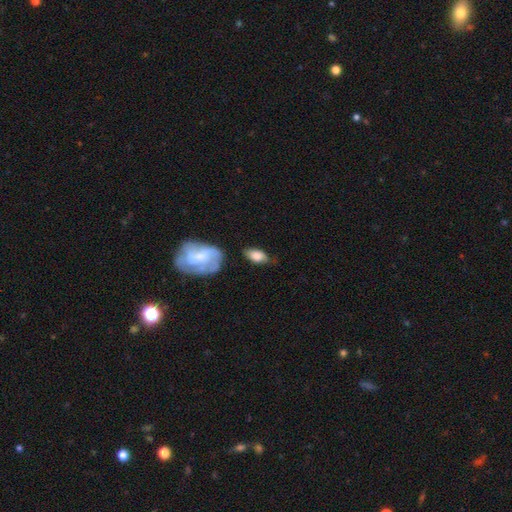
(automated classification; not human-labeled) smooth-or-featured: smooth: 75% | featured or disk: 19% | star or artifact: 7%
  how-rounded: in between: 88% | cigar-shaped: 6% | round: 6%
  merging: none: 62% | minor disturbance: 25% | major disturbance: 8% | merger: 5%